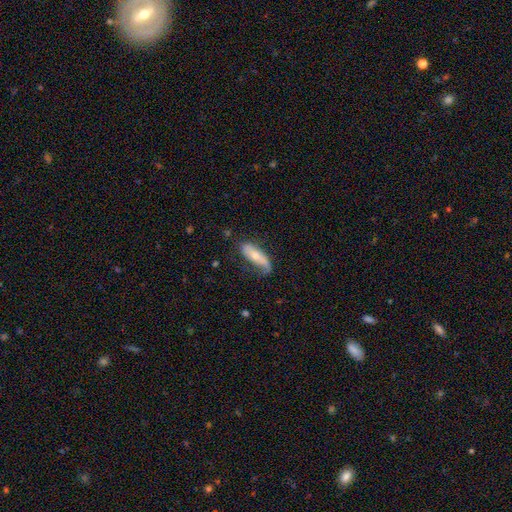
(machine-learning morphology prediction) smooth-or-featured: smooth: 53% | featured or disk: 41% | star or artifact: 6%
  how-rounded: in between: 57% | cigar-shaped: 41% | round: 2%
  merging: none: 51% | minor disturbance: 31% | major disturbance: 15% | merger: 3%